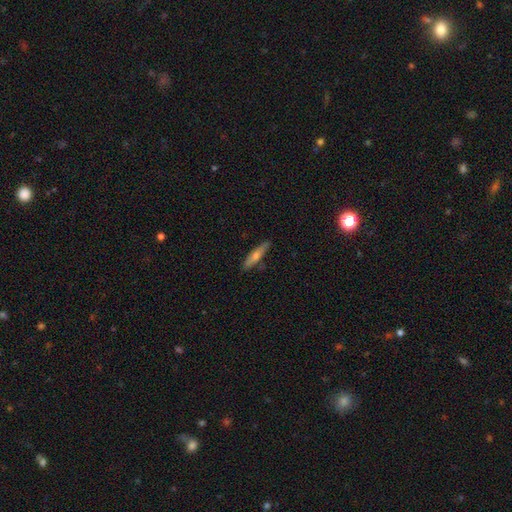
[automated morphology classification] Overall: smooth (54%; featured or disk 40%). How rounded: cigar-shaped (84%). Merging: none (85%).